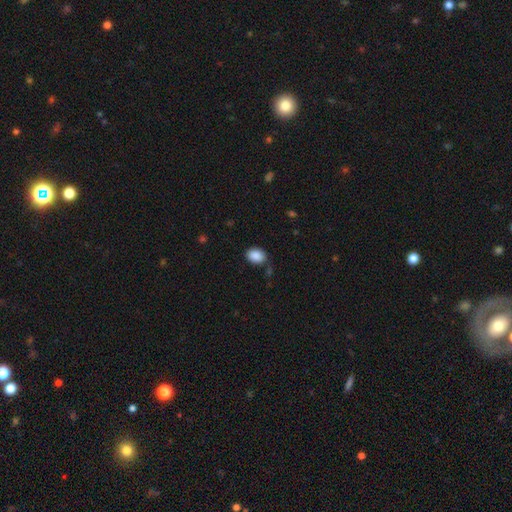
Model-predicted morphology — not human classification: Smooth or featured: smooth — 89% (star or artifact — 8%)
How rounded: in between — 70% (round — 29%)
Merging: none — 81% (minor disturbance — 14%)